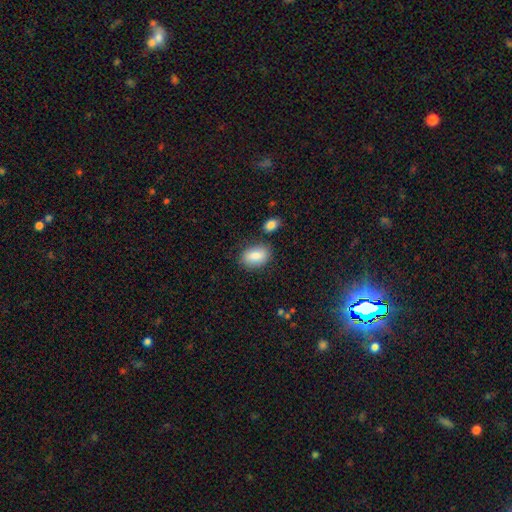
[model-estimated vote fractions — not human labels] This appears to be a smooth galaxy with no disk features (85%) that is in between round and cigar-shaped (88%). Merging: none (75%).